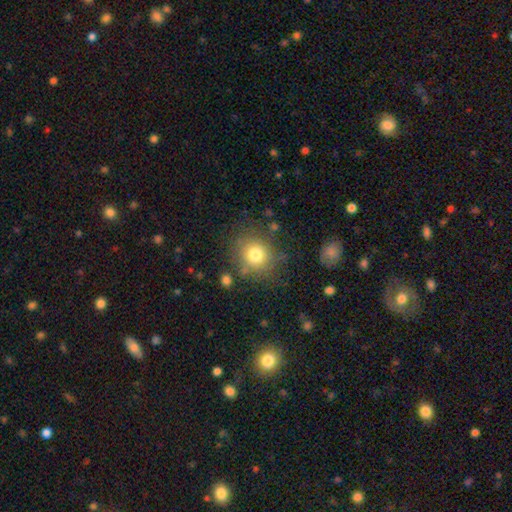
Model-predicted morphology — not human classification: This appears to be a smooth galaxy with no disk features (74%) that is round (86%). Merging: none (82%).